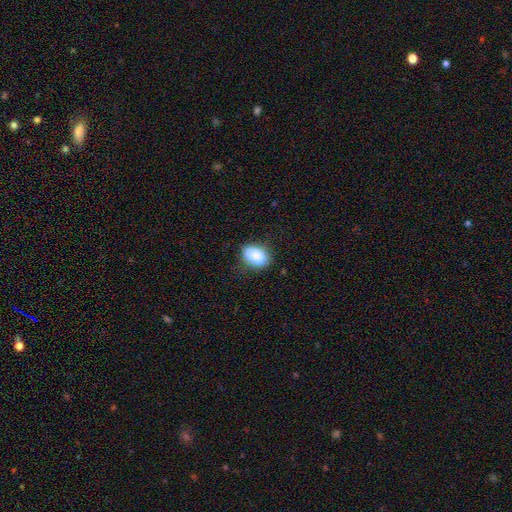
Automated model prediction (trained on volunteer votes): A smooth galaxy with no disk features (85%) that is in between round and cigar-shaped (82%). Merging: none (77%).